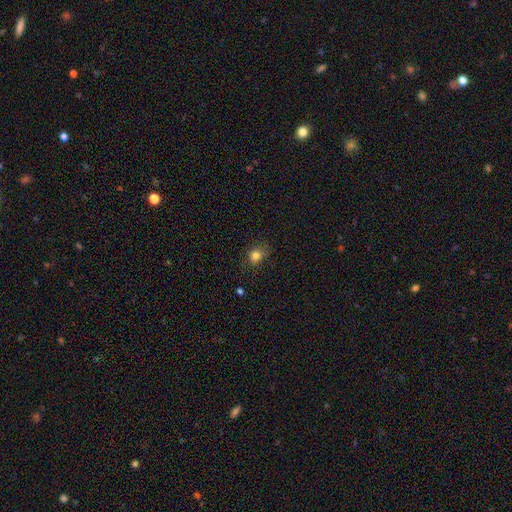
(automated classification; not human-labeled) smooth_or_featured: smooth (p=0.80) [alt: star or artifact p=0.13]
how_rounded: round (p=0.60) [alt: in between p=0.39]
merging: none (p=0.68) [alt: minor disturbance p=0.23]